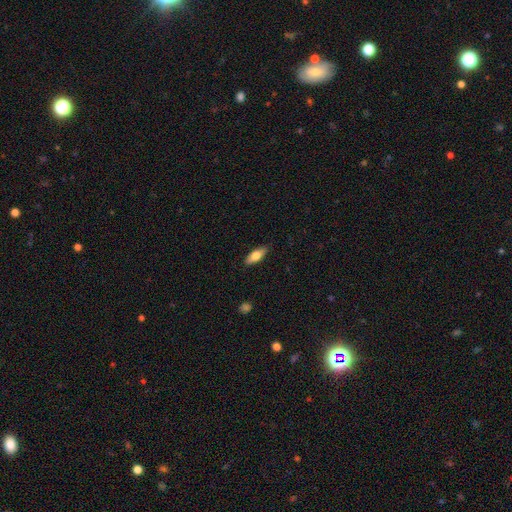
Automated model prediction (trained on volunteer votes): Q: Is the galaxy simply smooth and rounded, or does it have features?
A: smooth — 72%.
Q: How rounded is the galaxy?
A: in between — 69%.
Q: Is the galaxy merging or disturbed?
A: none — 87%.